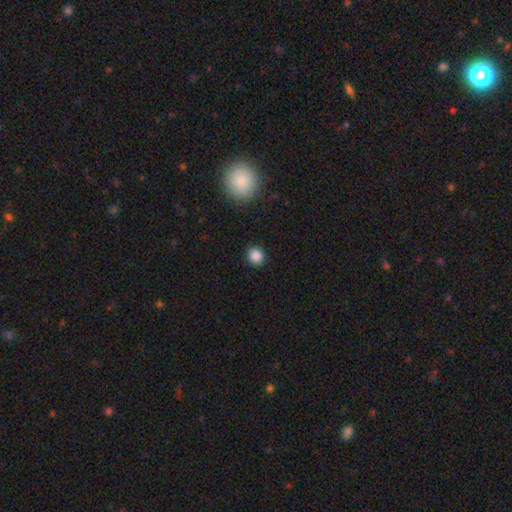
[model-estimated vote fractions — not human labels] Smooth or featured? Predicted: smooth (p=0.85). How rounded? Predicted: round (p=0.85). Merging? Predicted: none (p=0.92).